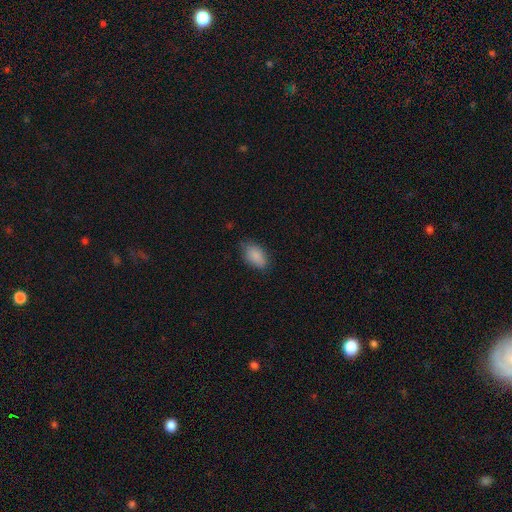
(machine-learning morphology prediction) Smooth or featured?
  - smooth: 87% *
  - star or artifact: 8%
  - featured or disk: 5%
How rounded?
  - in between: 91% *
  - round: 7%
  - cigar-shaped: 2%
Merging?
  - none: 74% *
  - minor disturbance: 20%
  - major disturbance: 4%
  - merger: 1%